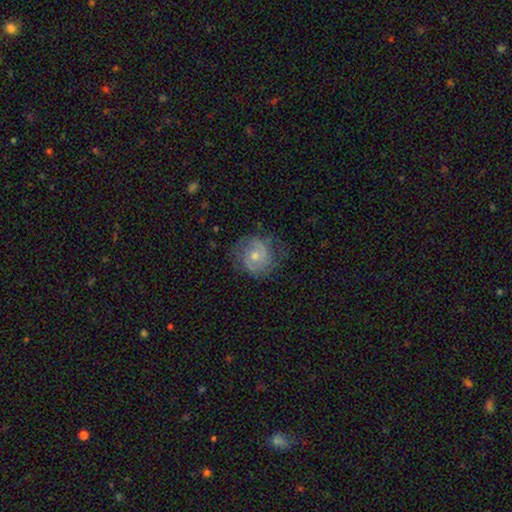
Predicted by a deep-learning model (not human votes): smooth_or_featured: featured or disk (p=0.55) [alt: smooth p=0.36]
disk_edge_on: no (p=0.97) [alt: yes p=0.03]
bar: no (p=0.72) [alt: weak p=0.23]
has_spiral_arms: yes (p=0.76) [alt: no p=0.24]
bulge_size: moderate (p=0.51) [alt: small p=0.44]
merging: none (p=0.67) [alt: minor disturbance p=0.21]